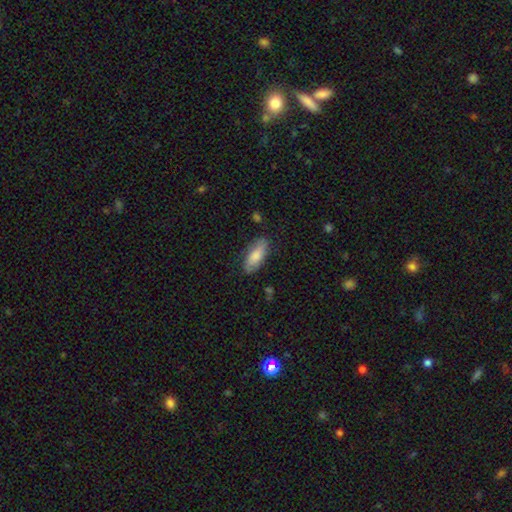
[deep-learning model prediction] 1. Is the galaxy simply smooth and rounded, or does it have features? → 78% smooth, 16% featured or disk, 6% star or artifact.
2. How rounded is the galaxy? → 78% in between, 20% cigar-shaped, 2% round.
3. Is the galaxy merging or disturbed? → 79% none, 15% minor disturbance, 4% major disturbance, 2% merger.